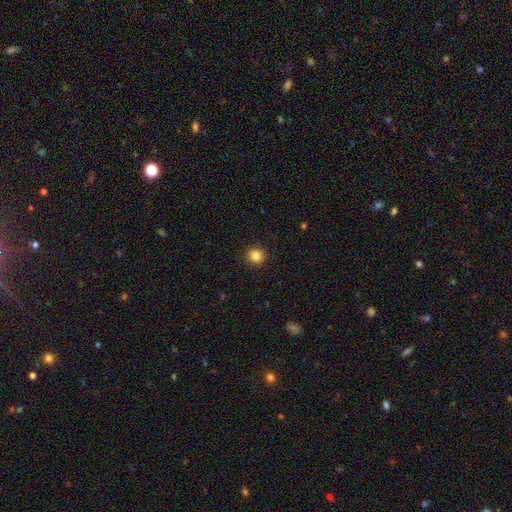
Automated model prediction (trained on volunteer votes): A smooth galaxy with no disk features (85%) that is round (94%).

Vote fractions:
- Smooth or featured? smooth: 85% / star or artifact: 11% / featured or disk: 4%
- How rounded? round: 94% / in between: 5% / cigar-shaped: 1%
- Merging? none: 93% / minor disturbance: 5% / major disturbance: 2% / merger: 1%